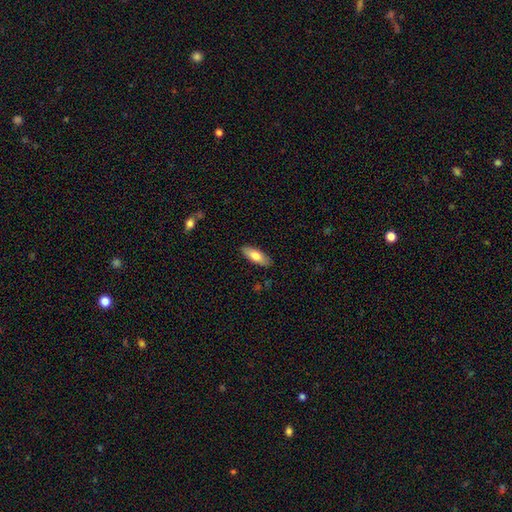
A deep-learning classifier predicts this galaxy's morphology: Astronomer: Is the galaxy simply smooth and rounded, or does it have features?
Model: smooth — 75%.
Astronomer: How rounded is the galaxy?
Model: in between — 73%.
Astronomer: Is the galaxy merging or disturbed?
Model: none — 87%.